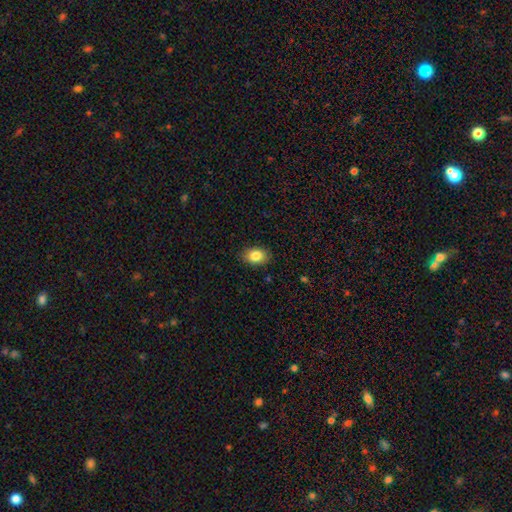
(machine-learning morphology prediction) smooth 84%, star or artifact 9%, featured or disk 7%. Down the decision tree: how rounded — in between (73%); merging — none (87%).